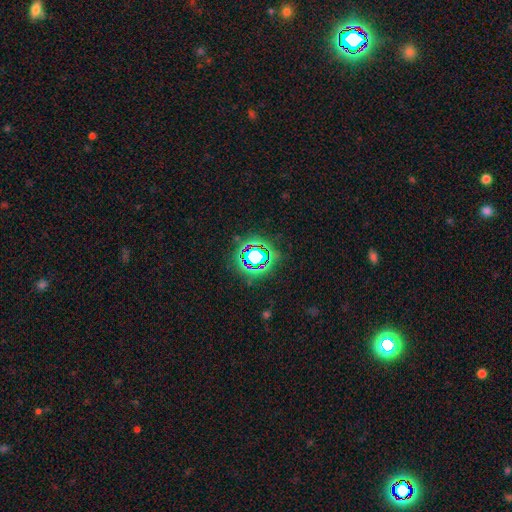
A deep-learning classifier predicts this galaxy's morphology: Overall: star or artifact (67%).